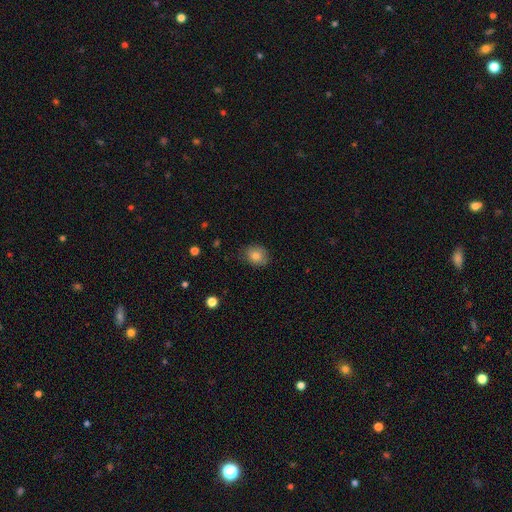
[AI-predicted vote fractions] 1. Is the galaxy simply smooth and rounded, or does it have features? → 83% smooth, 9% star or artifact, 8% featured or disk.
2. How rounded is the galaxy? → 54% round, 45% in between, 1% cigar-shaped.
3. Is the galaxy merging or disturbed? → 81% none, 15% minor disturbance, 3% major disturbance, 1% merger.